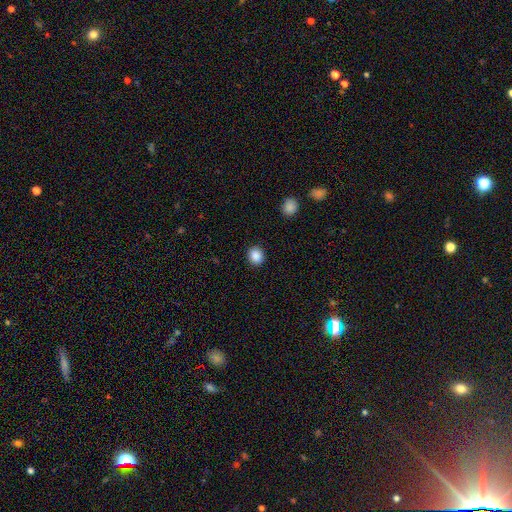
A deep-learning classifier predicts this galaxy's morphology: Q: Smooth or featured?
A: smooth (88%); runner-up: star or artifact (9%)
Q: How rounded?
A: round (74%); runner-up: in between (25%)
Q: Merging?
A: none (91%); runner-up: minor disturbance (6%)